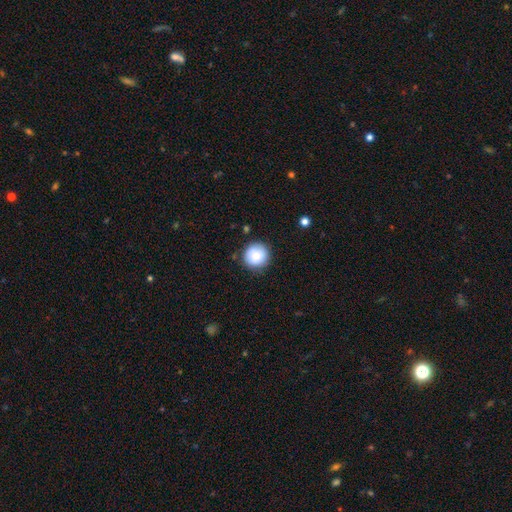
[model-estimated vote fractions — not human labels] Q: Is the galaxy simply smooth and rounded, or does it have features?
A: smooth — 83%.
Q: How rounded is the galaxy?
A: round — 94%.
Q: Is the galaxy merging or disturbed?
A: none — 85%.